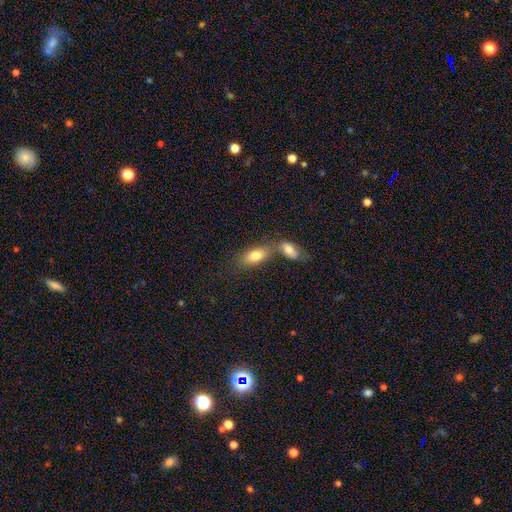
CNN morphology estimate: smooth 78%, featured or disk 15%, star or artifact 8%. Down the decision tree: how rounded — in between (86%); merging — merger (47%).